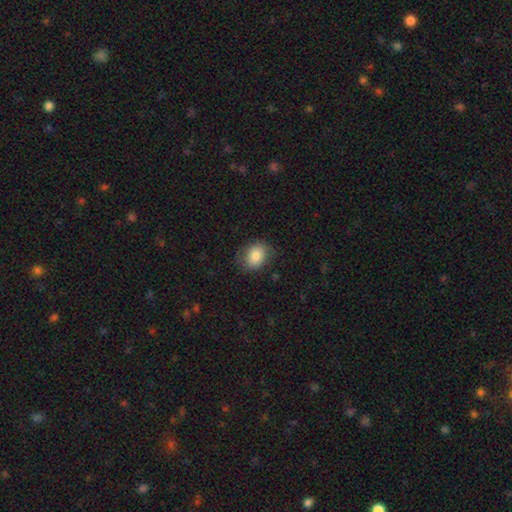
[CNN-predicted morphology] A smooth galaxy with no disk features (84%) that is in between round and cigar-shaped (62%). Merging: none (74%).